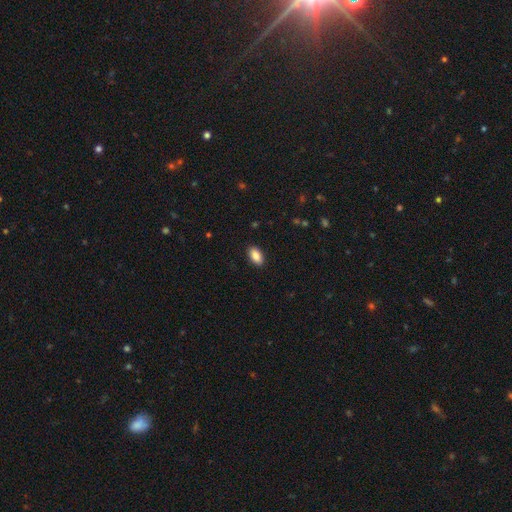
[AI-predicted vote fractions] This appears to be a smooth galaxy with no disk features (87%) that is in between round and cigar-shaped (93%). Merging: none (90%).